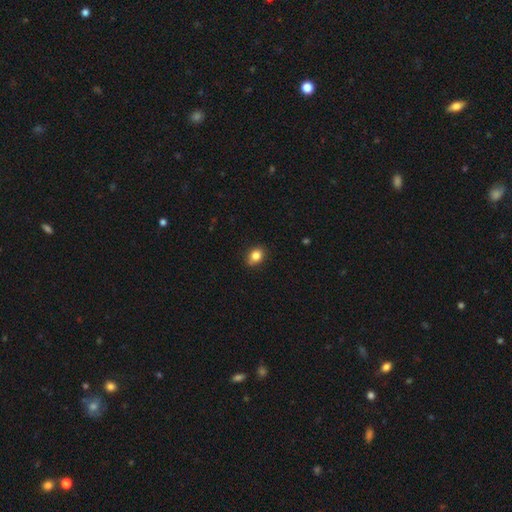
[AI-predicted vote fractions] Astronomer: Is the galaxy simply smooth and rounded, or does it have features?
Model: smooth — 84%.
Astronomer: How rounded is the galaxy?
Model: round — 51% (runner-up: in between, 48%).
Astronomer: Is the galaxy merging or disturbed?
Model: none — 82%.